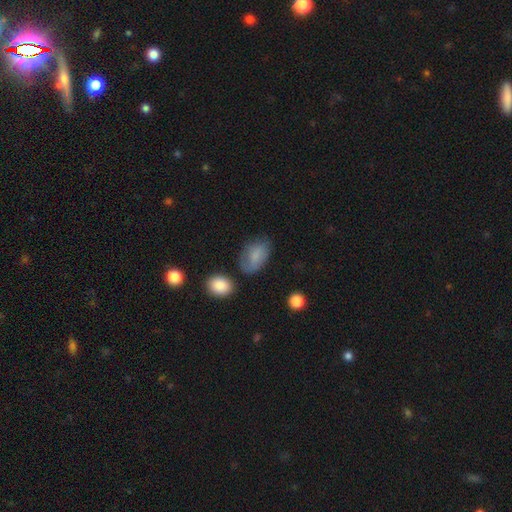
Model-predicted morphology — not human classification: Smooth or featured? smooth (78%)
How rounded? in between (88%)
Merging? none (58%)